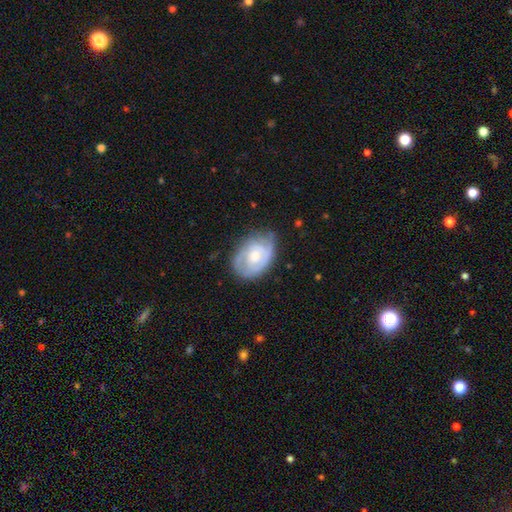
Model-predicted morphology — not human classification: smooth-or-featured: featured or disk: 75% | smooth: 20% | star or artifact: 5%
  disk-edge-on: no: 97% | yes: 3%
    bar: no: 73% | weak: 24% | strong: 4%
    has-spiral-arms: yes: 86% | no: 14%
      spiral-winding: tight: 65% | medium: 27% | loose: 8%
      spiral-arm-count: 2: 37% | can't tell: 36% | 3: 11% | 1: 10% | 4: 3% | more than 4: 3%
    bulge-size: moderate: 55% | small: 31% | large: 9% | none: 3% | dominant: 1%
  merging: none: 66% | minor disturbance: 24% | major disturbance: 8% | merger: 1%